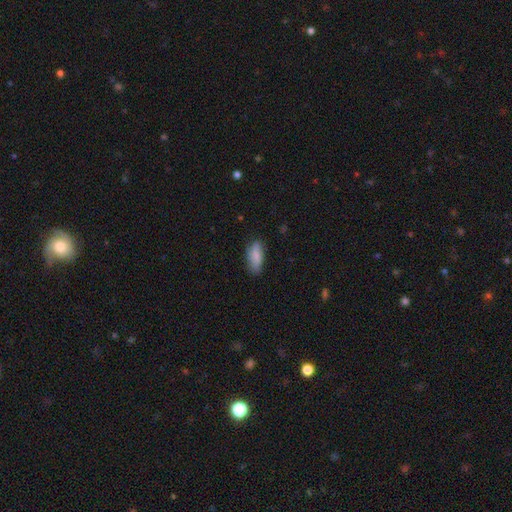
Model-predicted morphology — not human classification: Smooth or featured: smooth — 80% (featured or disk — 13%)
How rounded: in between — 78% (cigar-shaped — 19%)
Merging: none — 71% (minor disturbance — 23%)